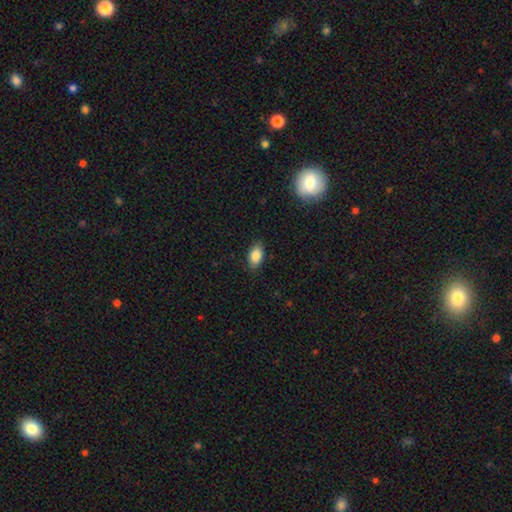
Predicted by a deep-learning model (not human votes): A smooth galaxy with no disk features (86%) that is in between round and cigar-shaped (90%). Merging: none (86%).